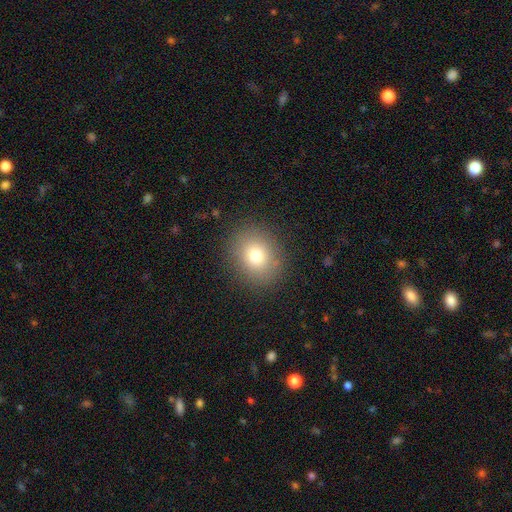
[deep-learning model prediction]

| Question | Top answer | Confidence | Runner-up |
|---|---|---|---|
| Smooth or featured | smooth | 77% | star or artifact (12%) |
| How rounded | round | 68% | in between (31%) |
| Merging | none | 87% | minor disturbance (8%) |